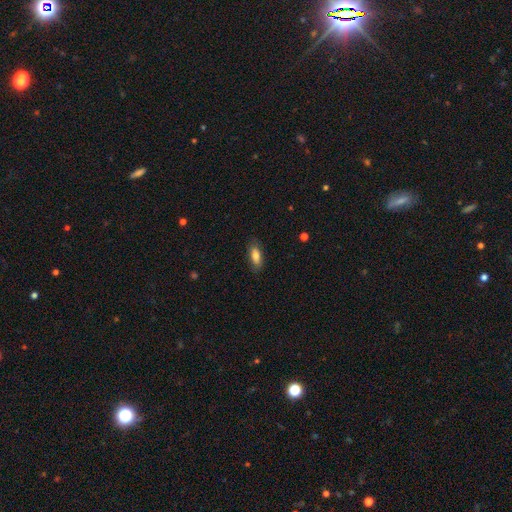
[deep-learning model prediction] Q: Smooth or featured?
A: smooth (80%); runner-up: featured or disk (13%)
Q: How rounded?
A: in between (78%); runner-up: cigar-shaped (20%)
Q: Merging?
A: none (83%); runner-up: minor disturbance (13%)